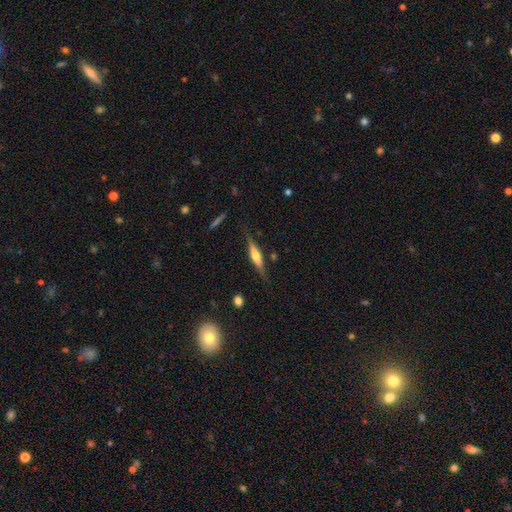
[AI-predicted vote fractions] smooth_or_featured: featured or disk (p=0.64) [alt: smooth p=0.30]
disk_edge_on: yes (p=0.95) [alt: no p=0.05]
edge_on_bulge: rounded (p=0.76) [alt: boxy p=0.17]
merging: none (p=0.80) [alt: minor disturbance p=0.14]